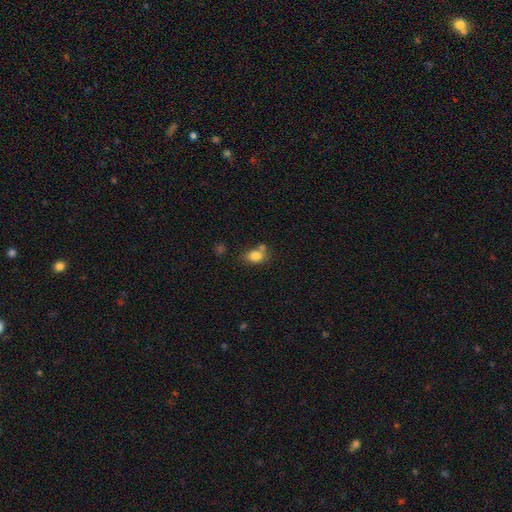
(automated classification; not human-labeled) Overall: smooth (82%). How rounded: in between (63%; round 36%). Merging: none (56%; merger 22%).